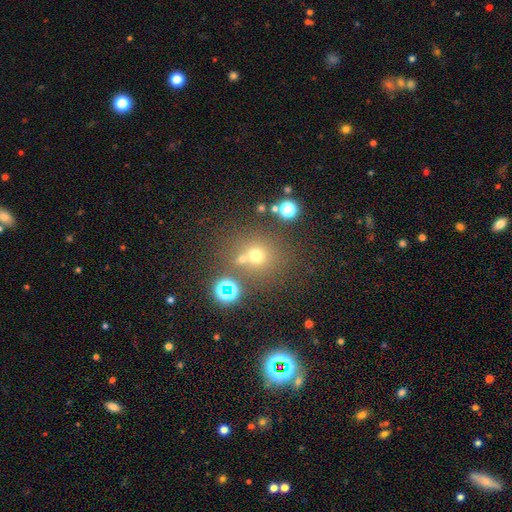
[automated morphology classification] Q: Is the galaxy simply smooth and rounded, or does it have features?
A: smooth — 64%.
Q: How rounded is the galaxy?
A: round — 88%.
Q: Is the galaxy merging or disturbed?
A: none — 67%.